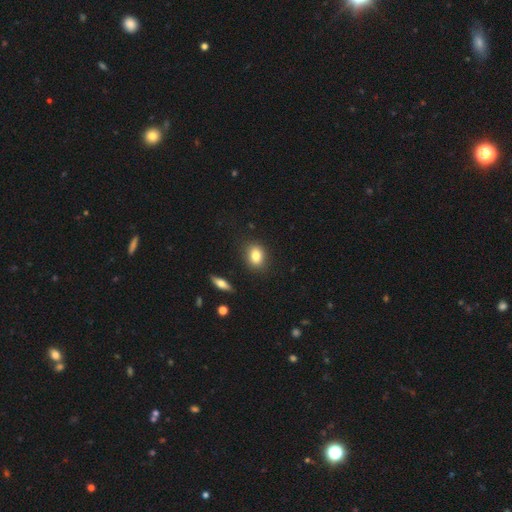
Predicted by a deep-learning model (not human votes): Smooth or featured: smooth — 82% (featured or disk — 9%)
How rounded: in between — 63% (round — 34%)
Merging: none — 85% (minor disturbance — 10%)